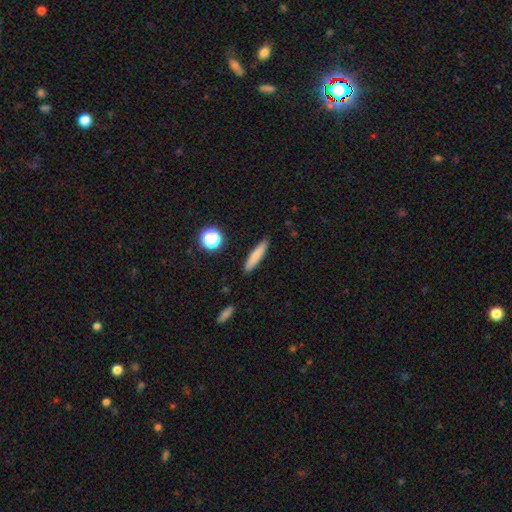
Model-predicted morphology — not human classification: Overall: smooth (78%). How rounded: cigar-shaped (84%). Merging: none (88%).